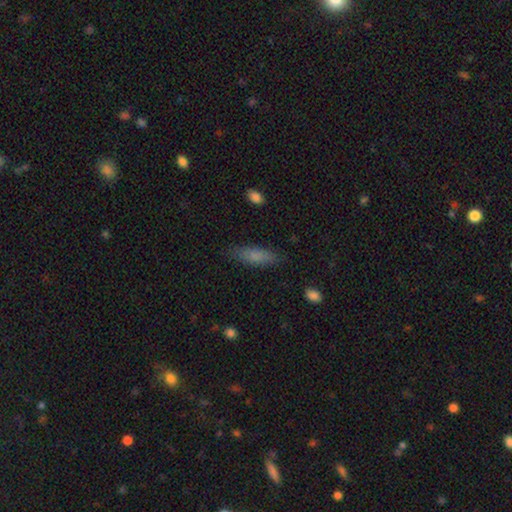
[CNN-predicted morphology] This appears to be a smooth galaxy with no disk features (78%) that is cigar-shaped (52%). Merging: none (83%).